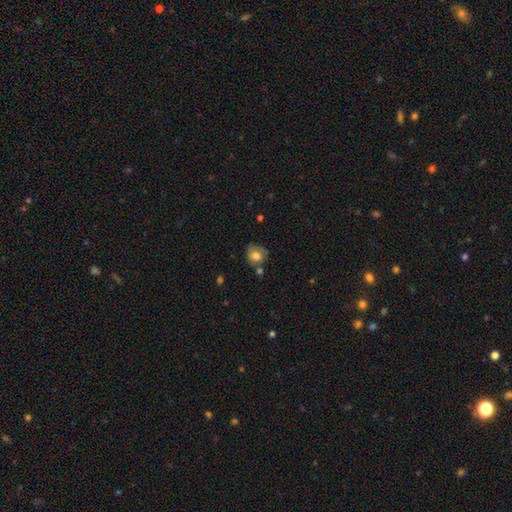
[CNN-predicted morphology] This appears to be a smooth galaxy with no disk features (75%) that is round (69%). Merging: none (53%).